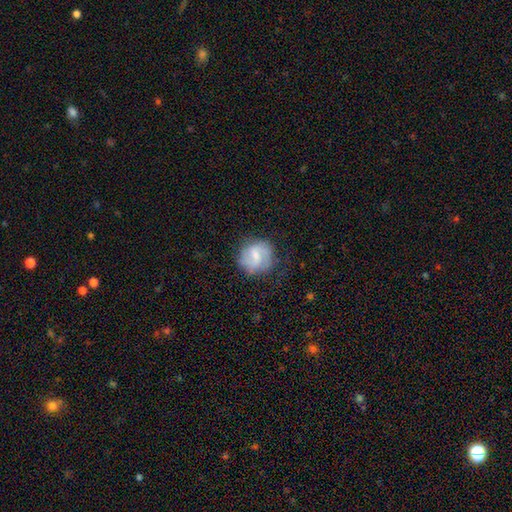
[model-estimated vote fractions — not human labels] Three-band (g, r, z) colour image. It shows a featured or disk galaxy (58%) with a weak bar (60%), spiral arms (85%) and a small central bulge (50%). Merging: none (72%).